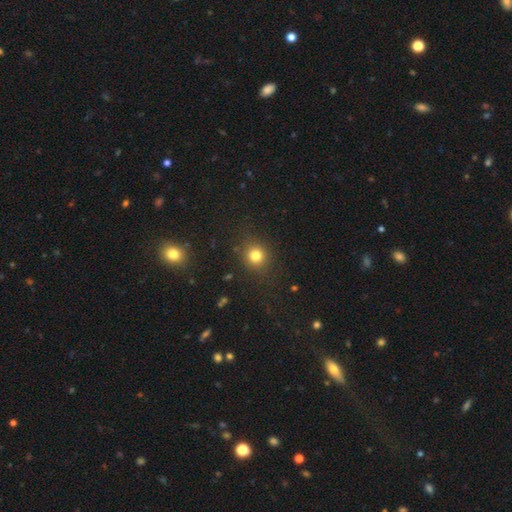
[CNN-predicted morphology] This is likely a smooth galaxy (79%). How rounded: clearly round (85%). Merging: clearly none (86%).